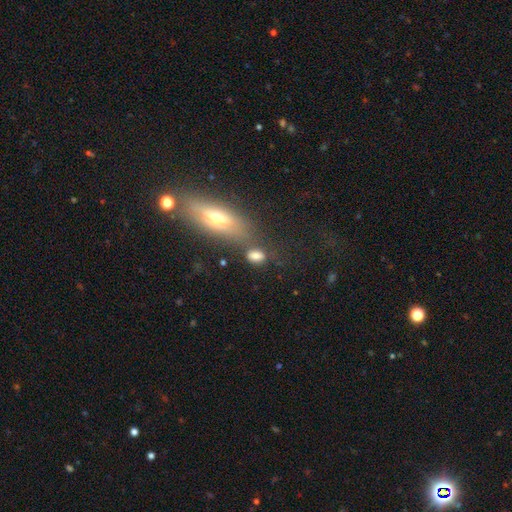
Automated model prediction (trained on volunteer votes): smooth 73%, featured or disk 14%, star or artifact 13%. Down the decision tree: how rounded — in between (78%); merging — none (55%).